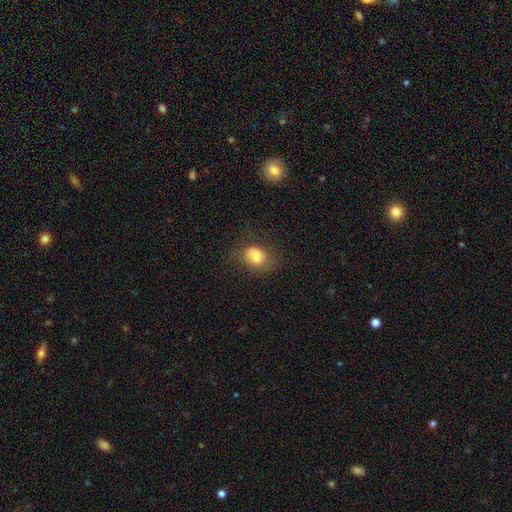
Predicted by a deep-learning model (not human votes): Q: Smooth or featured?
A: smooth (76%); runner-up: featured or disk (14%)
Q: How rounded?
A: in between (60%); runner-up: round (38%)
Q: Merging?
A: none (52%); runner-up: minor disturbance (26%)